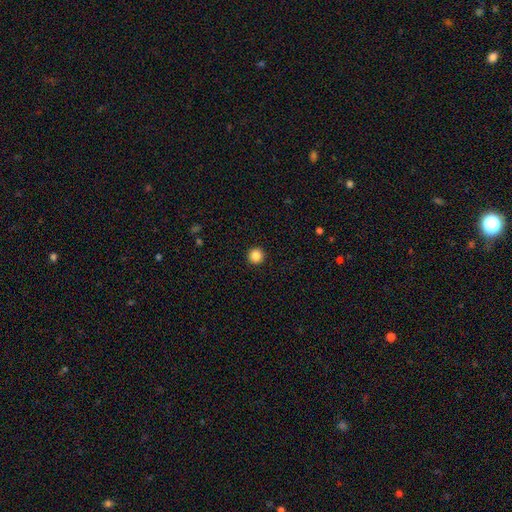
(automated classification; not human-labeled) Smooth or featured?
  - smooth: 87% *
  - star or artifact: 10%
  - featured or disk: 4%
How rounded?
  - round: 96% *
  - in between: 3%
  - cigar-shaped: 1%
Merging?
  - none: 94% *
  - minor disturbance: 4%
  - major disturbance: 1%
  - merger: 1%